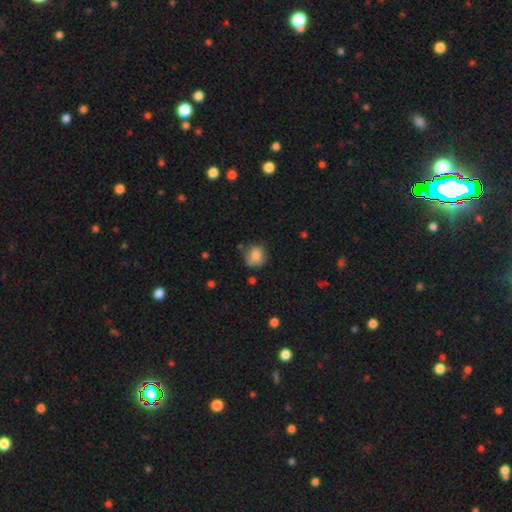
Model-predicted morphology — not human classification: A smooth galaxy with no disk features (80%) that is round (78%).

Vote fractions:
- Smooth or featured? smooth: 80% / featured or disk: 11% / star or artifact: 9%
- How rounded? round: 78% / in between: 21% / cigar-shaped: 1%
- Merging? none: 68% / minor disturbance: 23% / major disturbance: 6% / merger: 3%